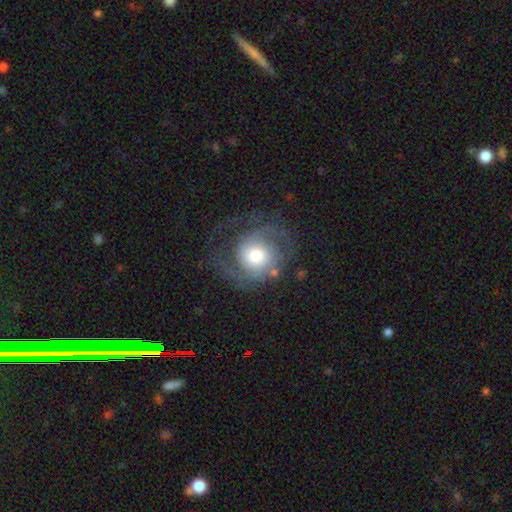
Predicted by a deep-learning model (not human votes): smooth_or_featured: featured or disk (p=0.73) [alt: smooth p=0.20]
disk_edge_on: no (p=0.98) [alt: yes p=0.02]
bar: no (p=0.76) [alt: weak p=0.20]
has_spiral_arms: yes (p=0.91) [alt: no p=0.09]
spiral_winding: medium (p=0.44) [alt: tight p=0.34]
spiral_arm_count: 2 (p=0.63) [alt: can't tell p=0.13]
bulge_size: moderate (p=0.56) [alt: large p=0.26]
merging: none (p=0.58) [alt: major disturbance p=0.23]